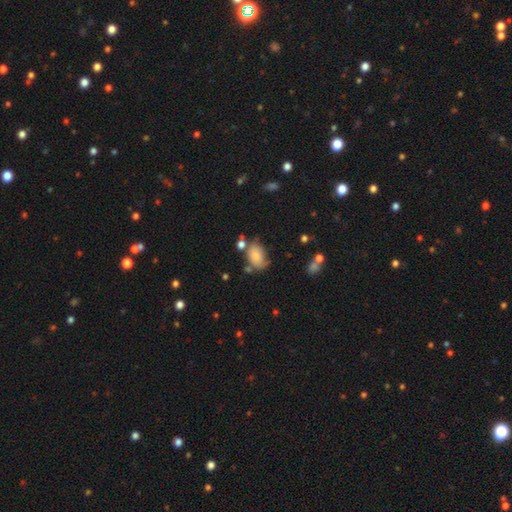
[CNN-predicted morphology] type=smooth (77%); roundness=in between (85%); merging=none (45%).